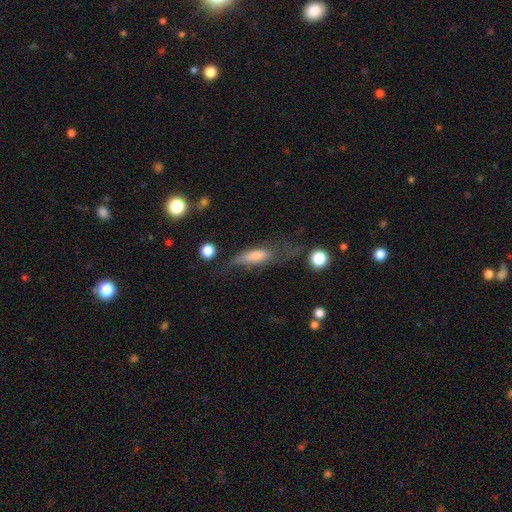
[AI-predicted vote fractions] smooth-or-featured: smooth: 60% | featured or disk: 31% | star or artifact: 9%
  how-rounded: cigar-shaped: 50% | in between: 47% | round: 4%
  merging: none: 40% | minor disturbance: 29% | major disturbance: 27% | merger: 4%